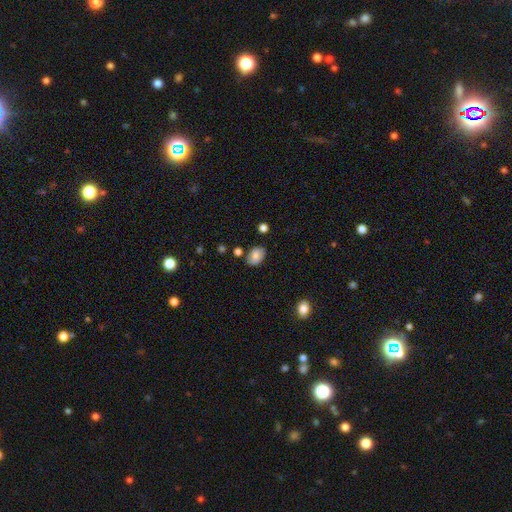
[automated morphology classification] This is likely a smooth galaxy (80%). How rounded: clearly in between (81%). Merging: likely none (77%).